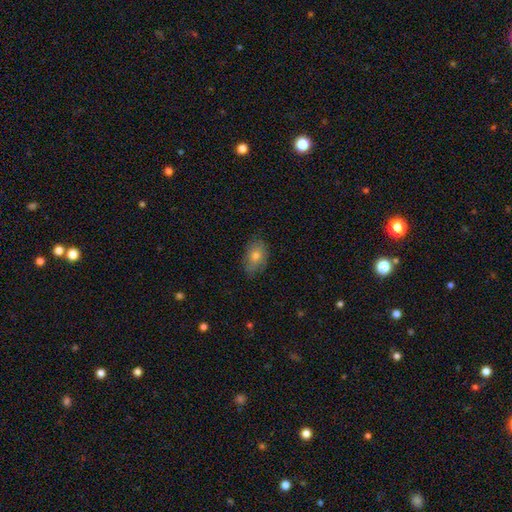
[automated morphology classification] Smooth or featured? Predicted: smooth (p=0.68). How rounded? Predicted: in between (p=0.82). Merging? Predicted: none (p=0.75).